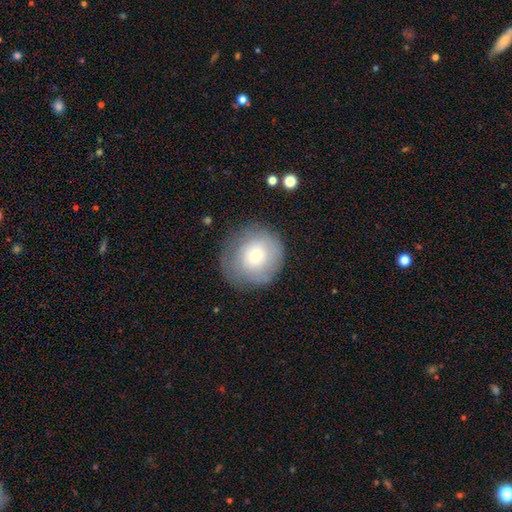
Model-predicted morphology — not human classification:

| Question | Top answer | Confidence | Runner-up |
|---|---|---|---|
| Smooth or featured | smooth | 61% | featured or disk (29%) |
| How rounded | round | 91% | in between (8%) |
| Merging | none | 78% | minor disturbance (14%) |